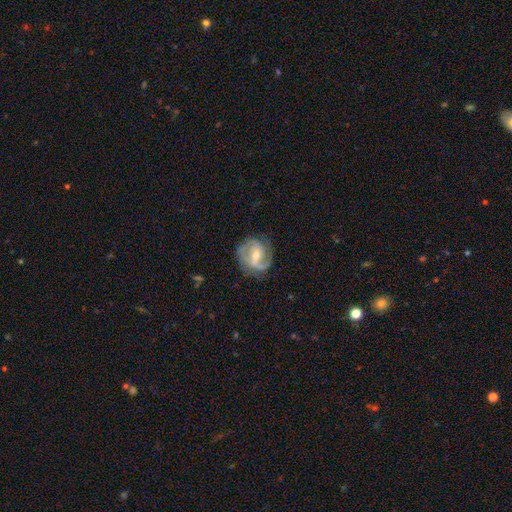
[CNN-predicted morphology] type=featured or disk (84%); edge-on=no (97%); bar=weak (47%); spiral arms=yes (95%); winding=medium (49%); arm count=2 (75%); bulge=moderate (49%); merging=none (75%).